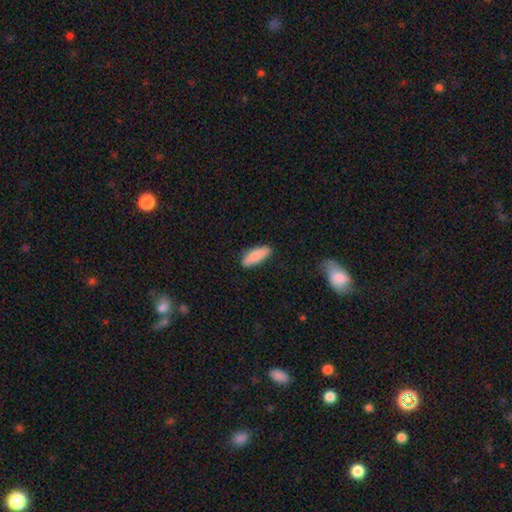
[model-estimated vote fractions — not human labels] A smooth galaxy with no disk features (85%) that is in between round and cigar-shaped (59%).

Vote fractions:
- Smooth or featured? smooth: 85% / featured or disk: 10% / star or artifact: 6%
- How rounded? in between: 59% / cigar-shaped: 39% / round: 2%
- Merging? none: 87% / minor disturbance: 10% / major disturbance: 2% / merger: 1%